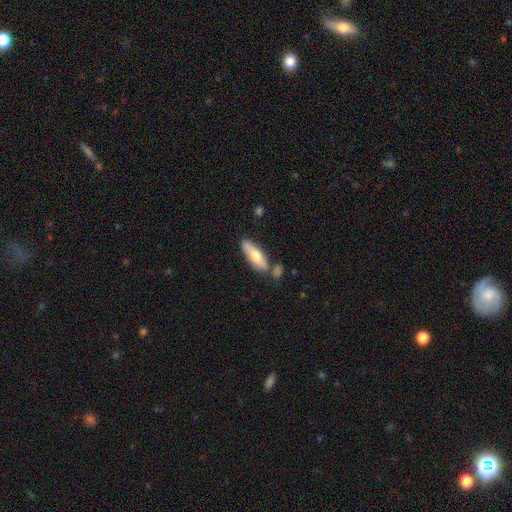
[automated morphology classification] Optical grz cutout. It shows a smooth galaxy with no disk features (65%) that is in between round and cigar-shaped (59%). Merging: none (65%).